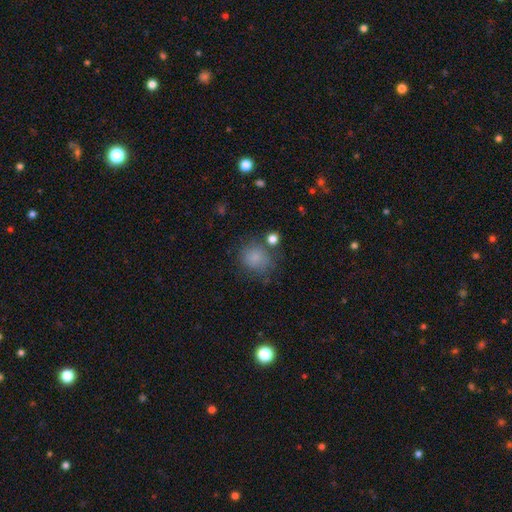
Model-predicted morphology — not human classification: A smooth galaxy with no disk features (78%) that is round (82%). Merging: none (71%).